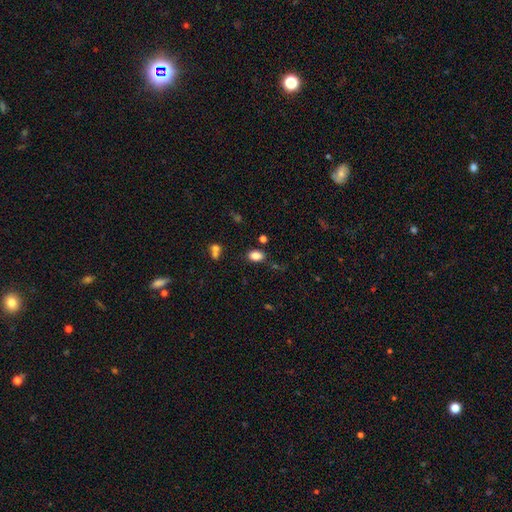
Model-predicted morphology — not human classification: A smooth galaxy with no disk features (85%) that is in between round and cigar-shaped (86%).

Vote fractions:
- Smooth or featured? smooth: 85% / star or artifact: 11% / featured or disk: 5%
- How rounded? in between: 86% / round: 12% / cigar-shaped: 2%
- Merging? none: 79% / minor disturbance: 13% / merger: 5% / major disturbance: 4%